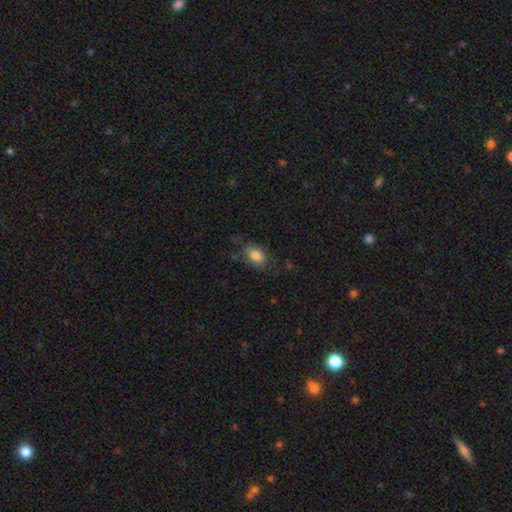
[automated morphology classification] The model was most divided on "merging": none: 67%, minor disturbance: 22%, major disturbance: 8%, merger: 2%. More confident: how rounded — in between (87%); smooth or featured — smooth (82%).